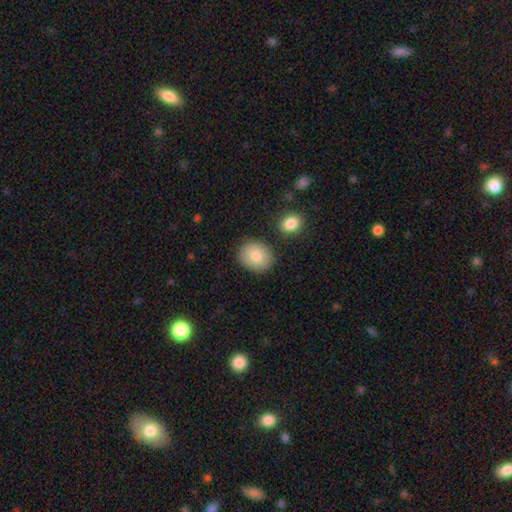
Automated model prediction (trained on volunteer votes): Smooth or featured?
  - smooth: 82% *
  - featured or disk: 10%
  - star or artifact: 7%
How rounded?
  - round: 59% *
  - in between: 40%
  - cigar-shaped: 1%
Merging?
  - none: 83% *
  - minor disturbance: 10%
  - merger: 4%
  - major disturbance: 2%